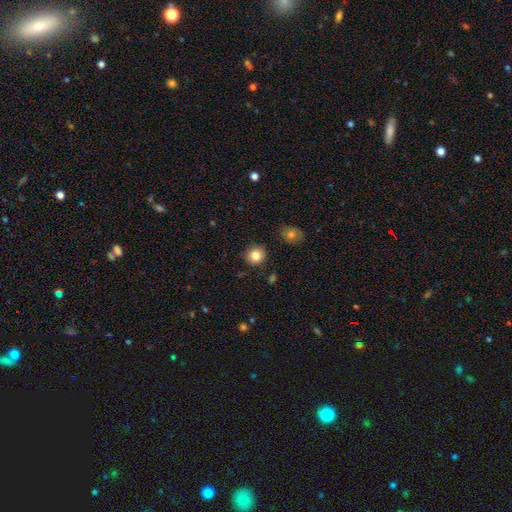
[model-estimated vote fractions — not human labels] Q: Smooth or featured?
A: smooth (83%); runner-up: star or artifact (10%)
Q: How rounded?
A: round (90%); runner-up: in between (9%)
Q: Merging?
A: none (90%); runner-up: minor disturbance (7%)